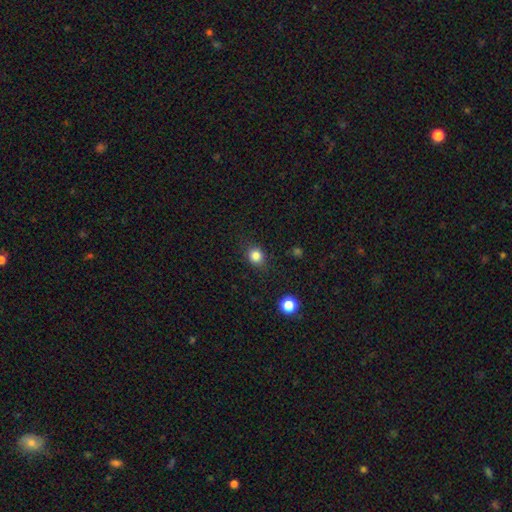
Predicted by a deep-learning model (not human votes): This is clearly a smooth galaxy (84%). How rounded: likely round (75%). Merging: clearly none (83%).